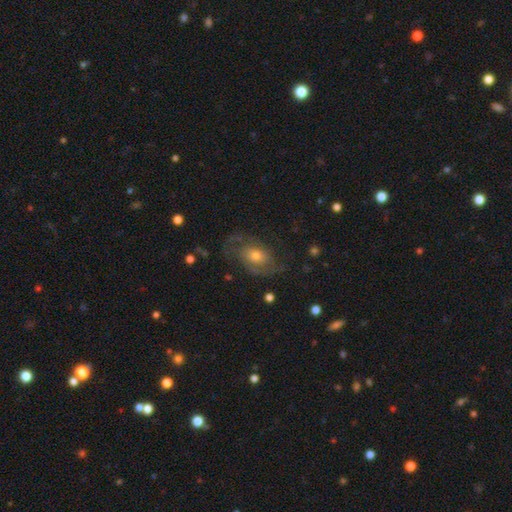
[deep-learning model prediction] smooth_or_featured: featured or disk (p=0.73) [alt: smooth p=0.19]
disk_edge_on: no (p=0.96) [alt: yes p=0.04]
bar: no (p=0.72) [alt: weak p=0.23]
has_spiral_arms: yes (p=0.87) [alt: no p=0.13]
spiral_winding: medium (p=0.47) [alt: tight p=0.29]
spiral_arm_count: 2 (p=0.72) [alt: can't tell p=0.14]
bulge_size: moderate (p=0.47) [alt: small p=0.44]
merging: none (p=0.64) [alt: minor disturbance p=0.18]